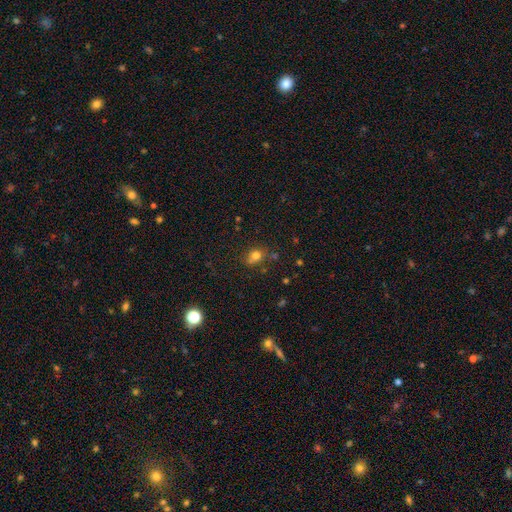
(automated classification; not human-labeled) Smooth or featured? smooth (75%)
How rounded? round (53%)
Merging? none (61%)